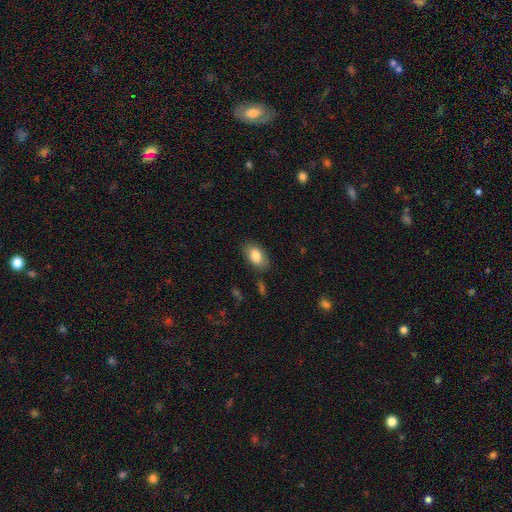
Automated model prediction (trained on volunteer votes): Smooth or featured? Predicted: smooth (p=0.82). How rounded? Predicted: in between (p=0.92). Merging? Predicted: none (p=0.82).